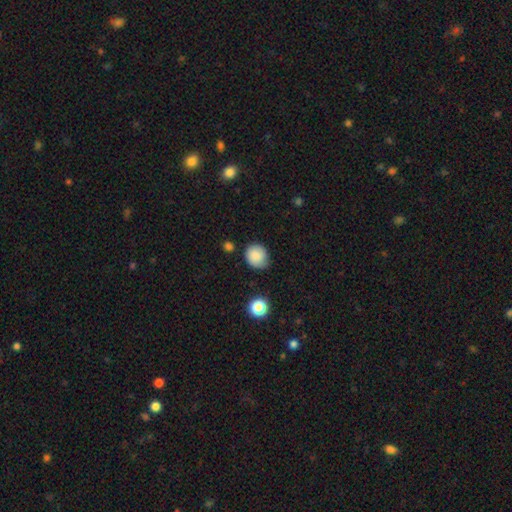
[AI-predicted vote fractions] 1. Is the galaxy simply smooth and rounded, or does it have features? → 85% smooth, 9% star or artifact, 7% featured or disk.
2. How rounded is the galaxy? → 74% round, 25% in between, 1% cigar-shaped.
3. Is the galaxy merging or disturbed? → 69% none, 24% minor disturbance, 5% major disturbance, 3% merger.